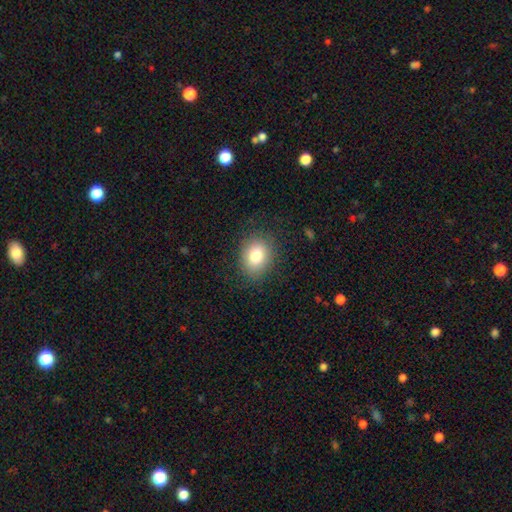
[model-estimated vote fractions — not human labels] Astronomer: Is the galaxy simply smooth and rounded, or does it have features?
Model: smooth — 81%.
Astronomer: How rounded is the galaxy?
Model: in between — 56% (runner-up: round, 43%).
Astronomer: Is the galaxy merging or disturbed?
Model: none — 83%.